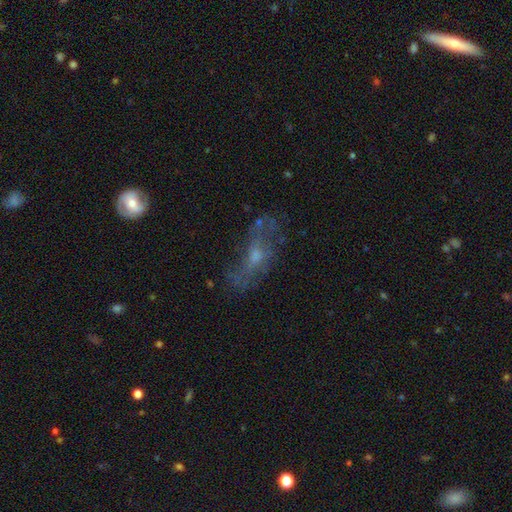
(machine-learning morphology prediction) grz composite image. It shows a featured or disk galaxy (60%) with no bar (69%), no spiral arms (51%) and a moderate central bulge (44%). Merging: none (51%).